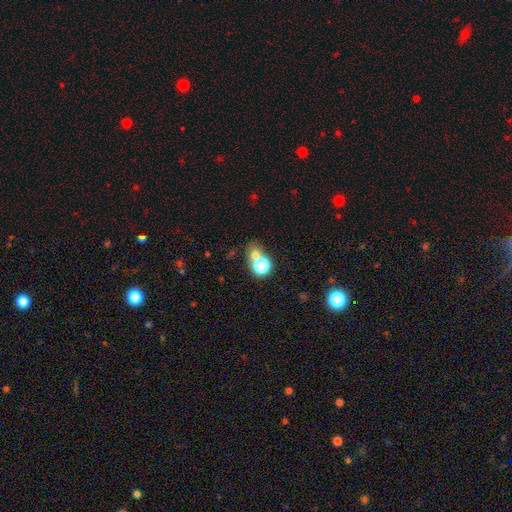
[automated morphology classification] This is likely a smooth galaxy (63%). How rounded: likely round (71%). Merging: possibly none (48%).